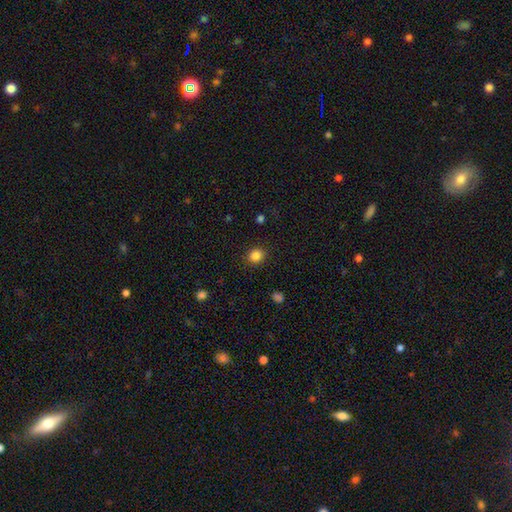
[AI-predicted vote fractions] Smooth or featured? Predicted: smooth (p=0.85). How rounded? Predicted: round (p=0.78). Merging? Predicted: none (p=0.89).